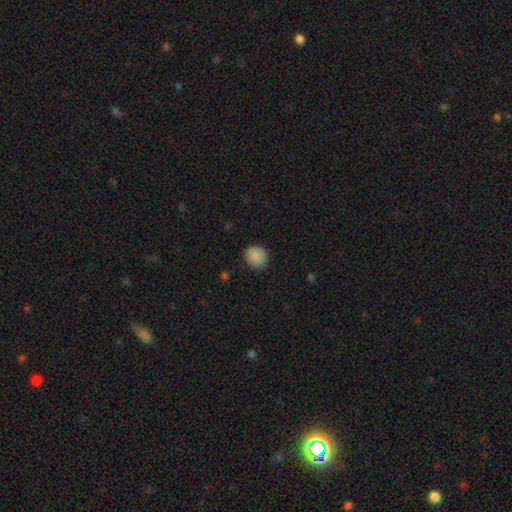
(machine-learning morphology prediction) Smooth or featured? Predicted: smooth (p=0.88). How rounded? Predicted: round (p=0.87). Merging? Predicted: none (p=0.87).